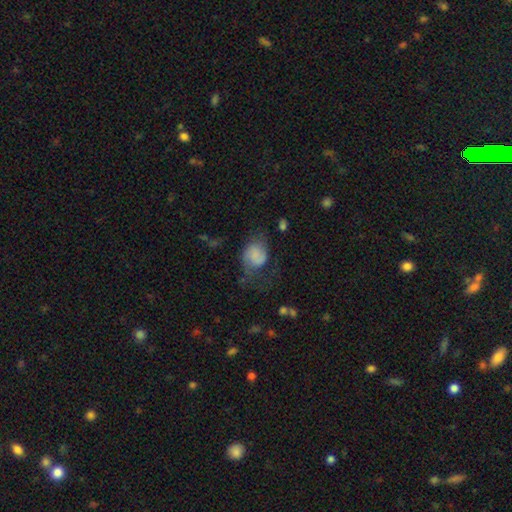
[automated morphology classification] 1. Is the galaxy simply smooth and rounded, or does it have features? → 55% smooth, 36% featured or disk, 9% star or artifact.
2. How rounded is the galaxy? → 51% in between, 48% round, 1% cigar-shaped.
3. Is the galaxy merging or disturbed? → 41% none, 30% major disturbance, 26% minor disturbance, 3% merger.